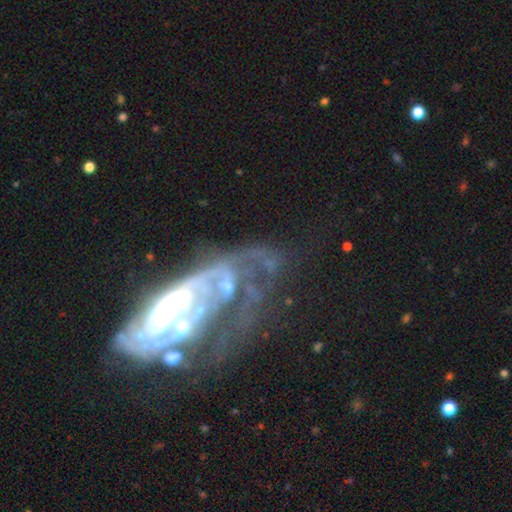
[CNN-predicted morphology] smooth_or_featured: featured or disk (p=0.76) [alt: star or artifact p=0.13]
disk_edge_on: no (p=0.90) [alt: yes p=0.10]
bar: no (p=0.60) [alt: weak p=0.23]
has_spiral_arms: yes (p=0.74) [alt: no p=0.26]
spiral_winding: tight (p=0.49) [alt: medium p=0.32]
spiral_arm_count: can't tell (p=0.41) [alt: 2 p=0.26]
bulge_size: moderate (p=0.34) [alt: small p=0.25]
merging: major disturbance (p=0.39) [alt: none p=0.30]